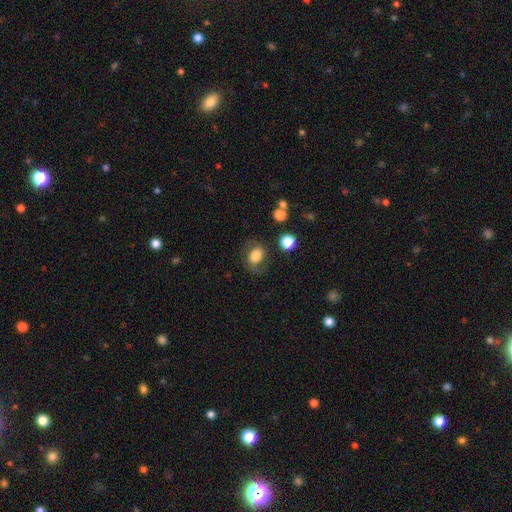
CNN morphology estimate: smooth 61%, featured or disk 30%, star or artifact 9%. Down the decision tree: how rounded — in between (58%); merging — none (68%).